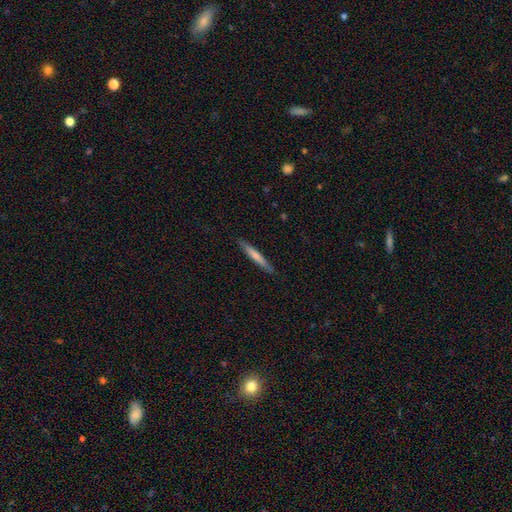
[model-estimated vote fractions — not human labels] This appears to be a smooth galaxy with no disk features (68%) that is cigar-shaped (95%). Merging: none (89%).